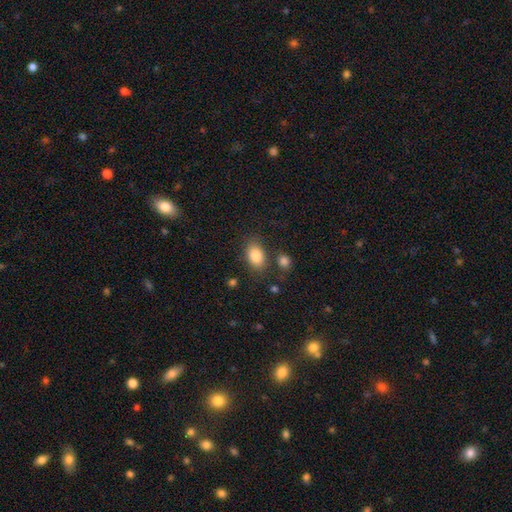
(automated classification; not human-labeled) Smooth or featured: smooth — 84% (star or artifact — 8%)
How rounded: in between — 82% (round — 16%)
Merging: none — 78% (minor disturbance — 13%)